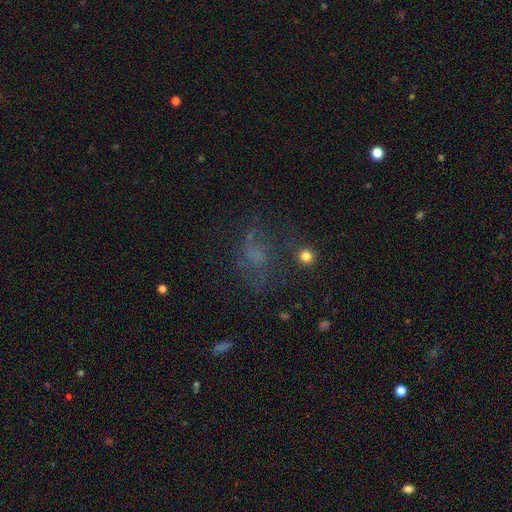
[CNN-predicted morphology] Smooth or featured? featured or disk (39%)
Merging? none (50%)